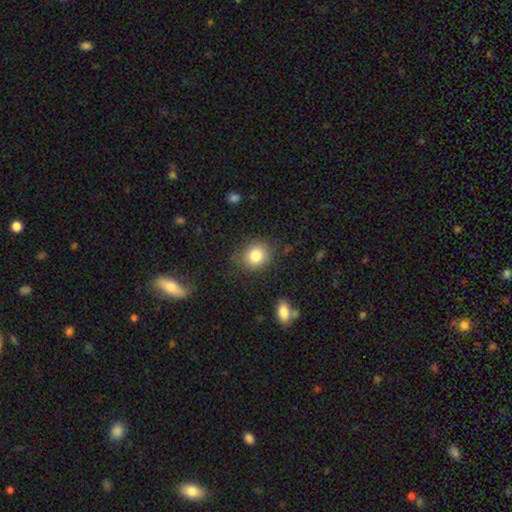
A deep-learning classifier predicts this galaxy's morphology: type=smooth (83%); roundness=round (72%); merging=none (82%).